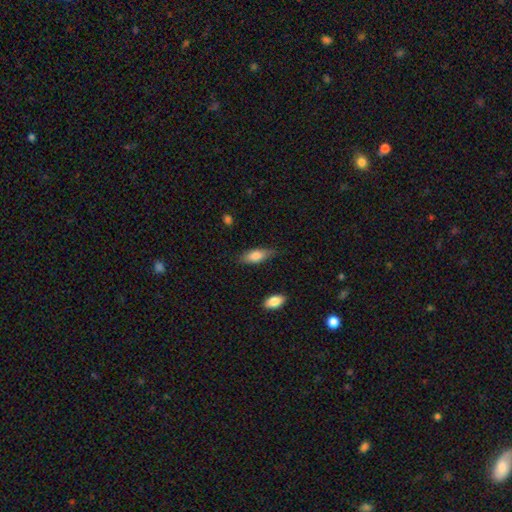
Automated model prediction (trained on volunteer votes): The model was most divided on "how rounded": in between: 76%, cigar-shaped: 21%, round: 3%. More confident: smooth or featured — smooth (77%); merging — none (75%).